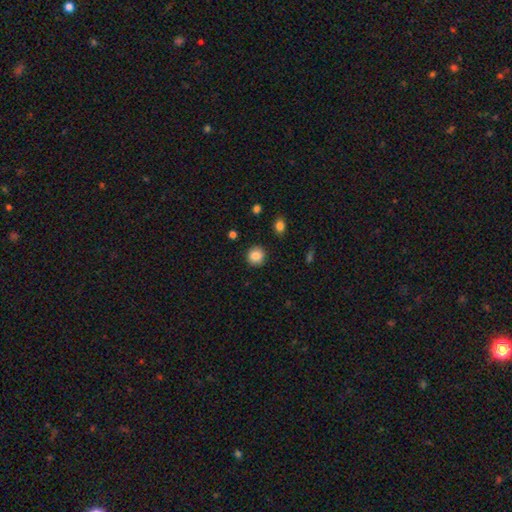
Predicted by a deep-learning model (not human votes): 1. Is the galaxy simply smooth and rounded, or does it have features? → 86% smooth, 9% star or artifact, 5% featured or disk.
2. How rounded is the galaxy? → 92% round, 7% in between, 1% cigar-shaped.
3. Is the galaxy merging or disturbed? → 91% none, 6% minor disturbance, 2% major disturbance, 1% merger.